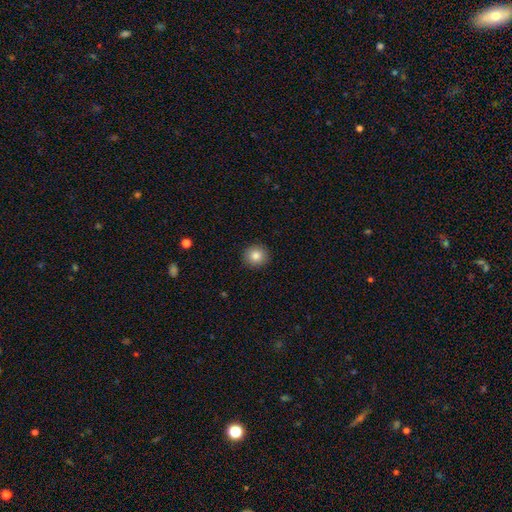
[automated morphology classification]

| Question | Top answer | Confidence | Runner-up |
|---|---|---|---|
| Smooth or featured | smooth | 84% | star or artifact (10%) |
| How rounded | round | 92% | in between (7%) |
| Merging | none | 92% | minor disturbance (5%) |